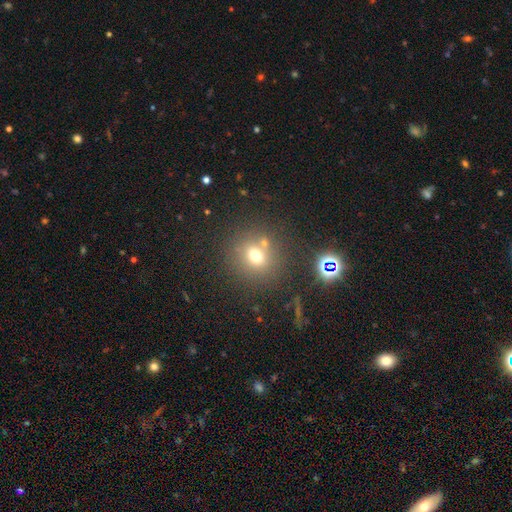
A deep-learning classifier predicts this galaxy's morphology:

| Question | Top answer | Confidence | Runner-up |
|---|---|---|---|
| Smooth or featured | smooth | 68% | star or artifact (20%) |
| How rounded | round | 81% | in between (18%) |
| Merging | none | 73% | merger (12%) |